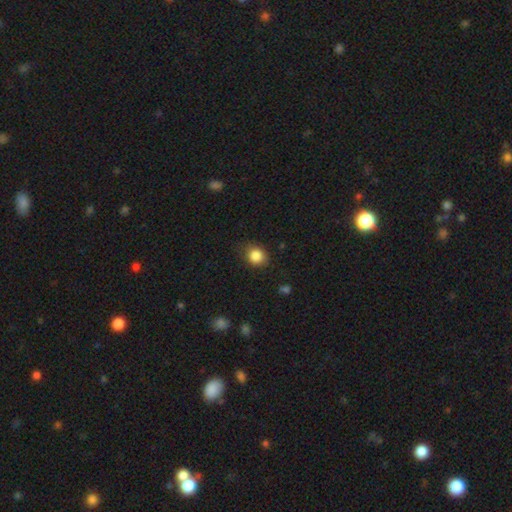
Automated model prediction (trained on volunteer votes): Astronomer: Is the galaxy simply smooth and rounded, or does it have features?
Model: smooth — 85%.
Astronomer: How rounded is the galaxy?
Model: round — 71%.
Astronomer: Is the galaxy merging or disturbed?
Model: none — 77%.